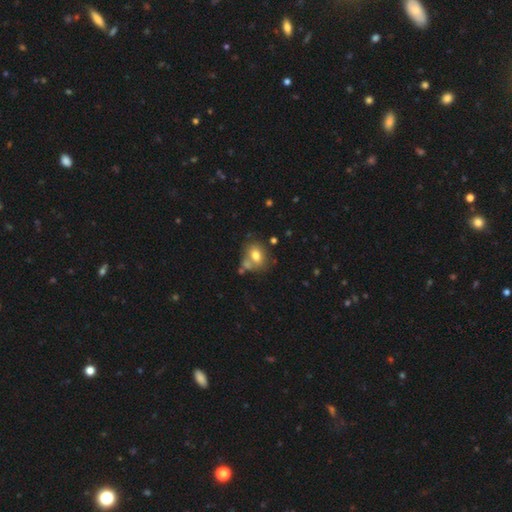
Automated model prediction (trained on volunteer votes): This is likely a smooth galaxy (74%). How rounded: likely in between (63%). Merging: possibly none (53%).